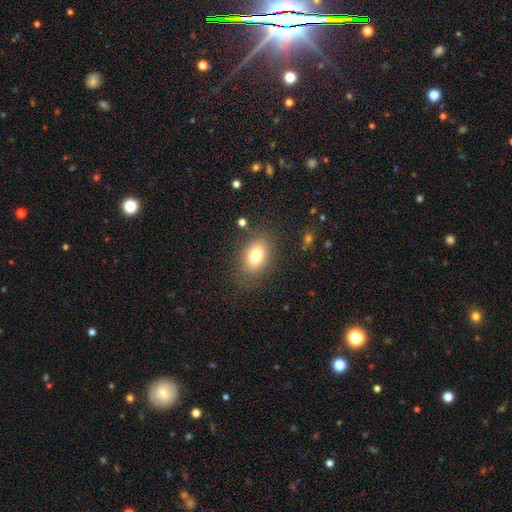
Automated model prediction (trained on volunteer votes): smooth 78%, featured or disk 12%, star or artifact 10%. Down the decision tree: how rounded — in between (77%); merging — none (82%).